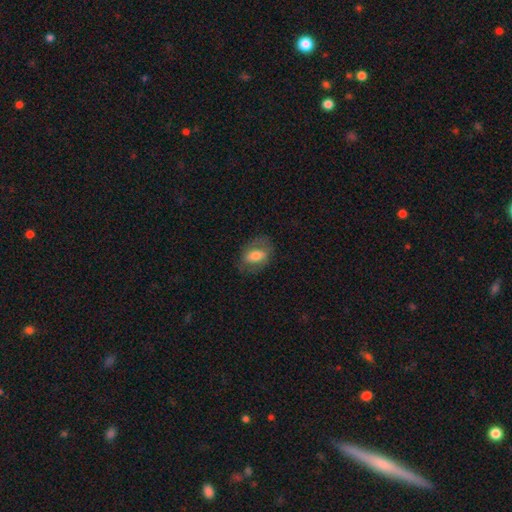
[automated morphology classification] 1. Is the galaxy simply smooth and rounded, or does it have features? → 60% smooth, 33% featured or disk, 7% star or artifact.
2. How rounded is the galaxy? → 83% in between, 14% round, 3% cigar-shaped.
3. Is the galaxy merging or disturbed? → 73% none, 17% minor disturbance, 9% major disturbance, 1% merger.